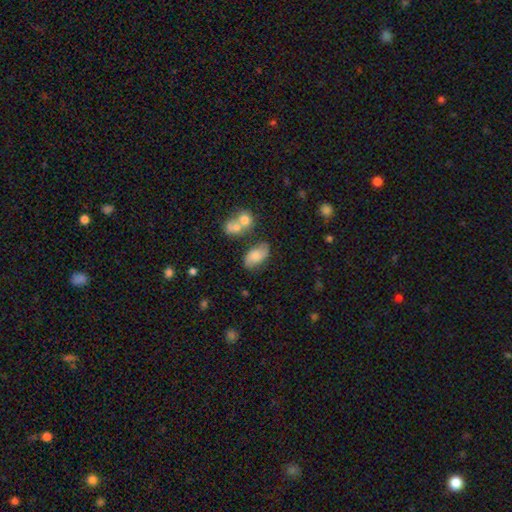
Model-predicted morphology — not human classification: A smooth galaxy with no disk features (56%) that is in between round and cigar-shaped (91%). Merging: none (63%).